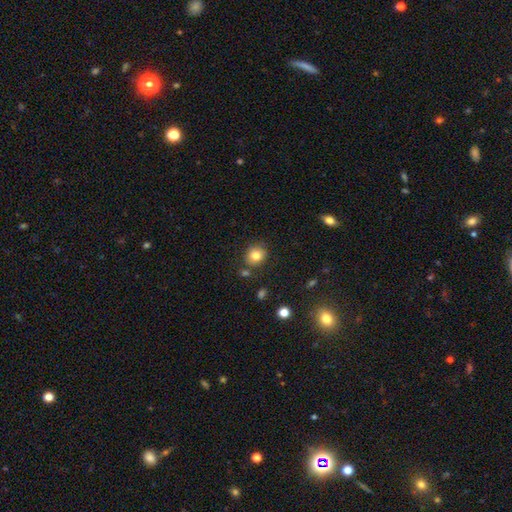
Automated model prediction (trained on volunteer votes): This is clearly a smooth galaxy (81%). How rounded: likely round (78%). Merging: clearly none (81%).